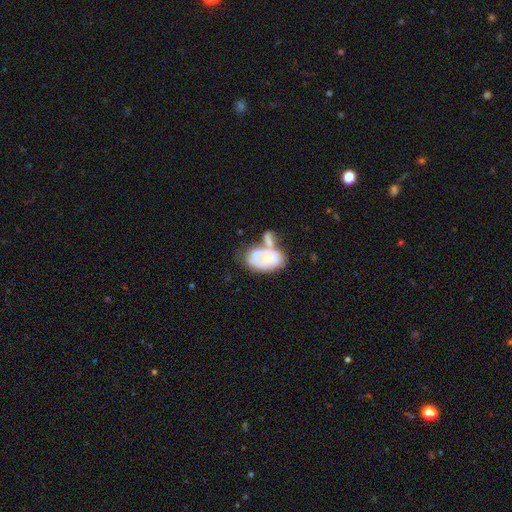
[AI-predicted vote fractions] Morphology: type=featured or disk (59%); edge-on=no (96%); bar=no (88%); spiral arms=no (71%); bulge=moderate (63%); merging=merger (46%).